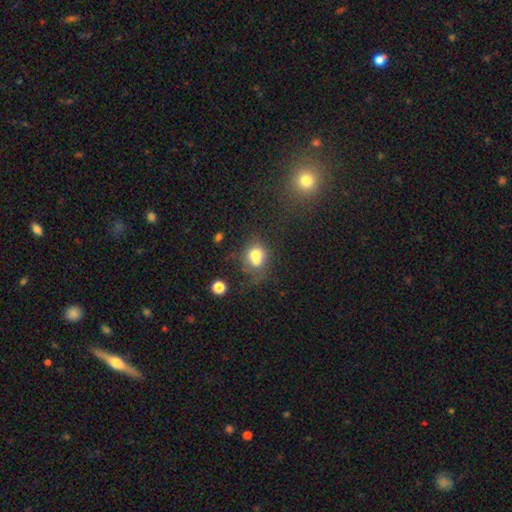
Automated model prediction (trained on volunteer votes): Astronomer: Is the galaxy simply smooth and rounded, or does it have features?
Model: smooth — 69%.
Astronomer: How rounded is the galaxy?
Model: round — 65%.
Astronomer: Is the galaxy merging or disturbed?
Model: merger — 51% (runner-up: none, 31%).